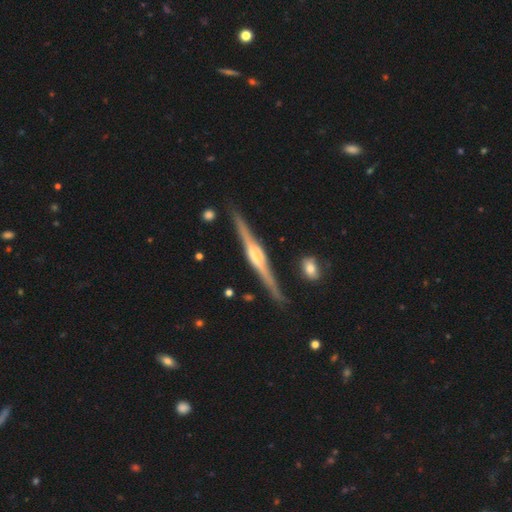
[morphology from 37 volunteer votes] Overall: featured or disk (89%). Edge-on disk: yes (100%). Edge-on bulge: rounded (55%; boxy 42%). Merging: none (72%).